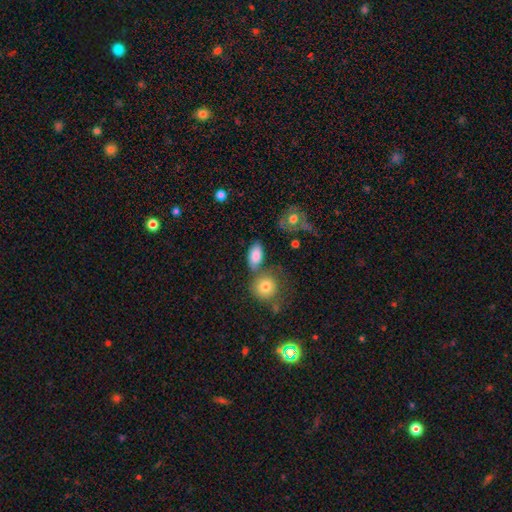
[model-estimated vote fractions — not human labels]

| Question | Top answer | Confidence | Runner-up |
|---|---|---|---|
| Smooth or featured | smooth | 83% | featured or disk (8%) |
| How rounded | in between | 88% | round (9%) |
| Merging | none | 60% | merger (19%) |